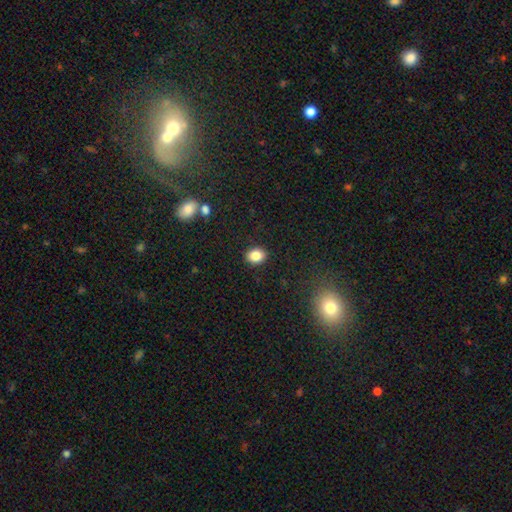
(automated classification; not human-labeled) smooth 85%, star or artifact 10%, featured or disk 5%. Down the decision tree: how rounded — in between (50%); merging — none (90%).